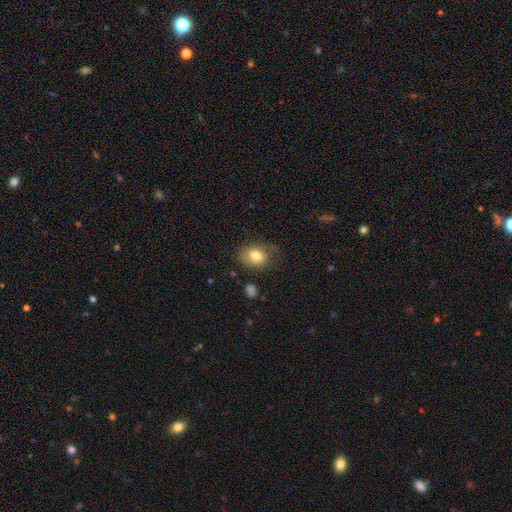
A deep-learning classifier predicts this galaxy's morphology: smooth 80%, featured or disk 11%, star or artifact 9%. Down the decision tree: how rounded — in between (60%); merging — none (66%).